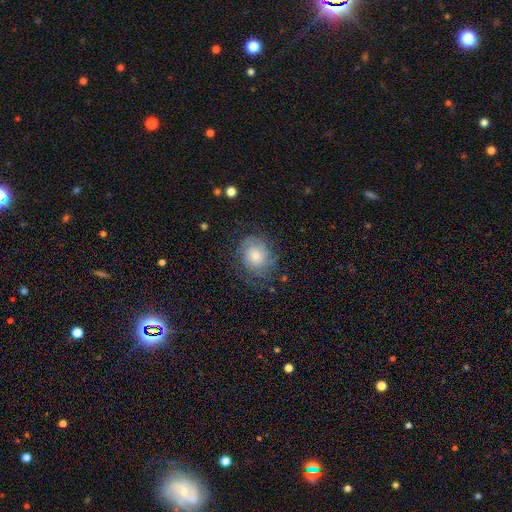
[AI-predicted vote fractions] Q: Smooth or featured?
A: featured or disk (50%); runner-up: smooth (41%)
Q: Merging?
A: none (66%); runner-up: minor disturbance (20%)